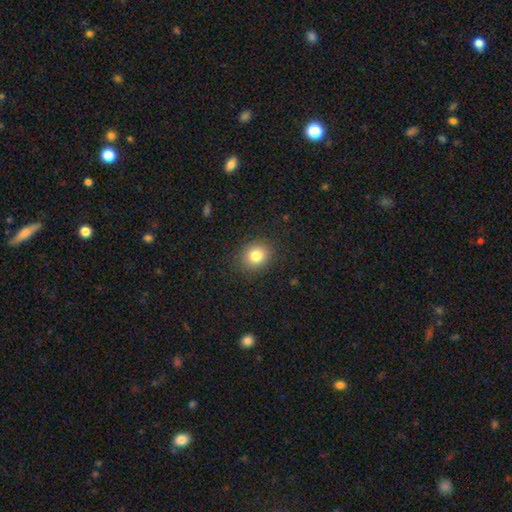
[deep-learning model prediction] Morphology: type=smooth (82%); roundness=round (72%); merging=none (88%).